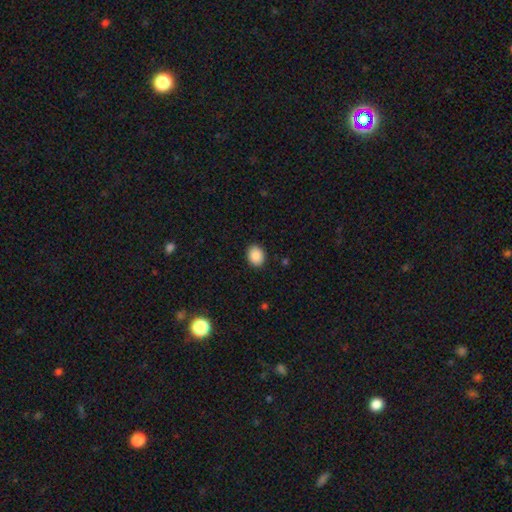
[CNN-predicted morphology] Smooth or featured? Predicted: smooth (p=0.89). How rounded? Predicted: in between (p=0.51). Merging? Predicted: none (p=0.90).